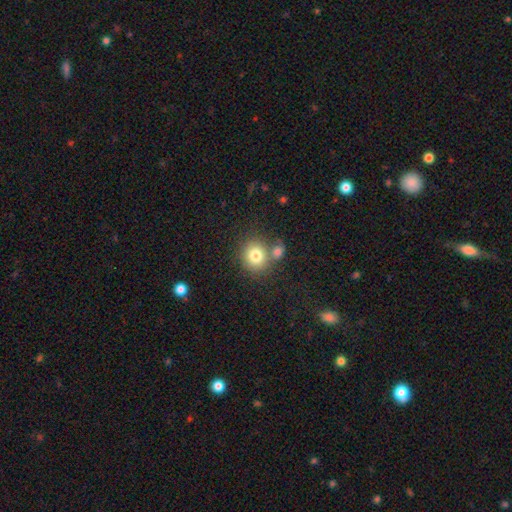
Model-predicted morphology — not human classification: A smooth galaxy with no disk features (79%) that is round (79%).

Vote fractions:
- Smooth or featured? smooth: 79% / star or artifact: 10% / featured or disk: 10%
- How rounded? round: 79% / in between: 20% / cigar-shaped: 1%
- Merging? none: 59% / merger: 27% / minor disturbance: 10% / major disturbance: 4%